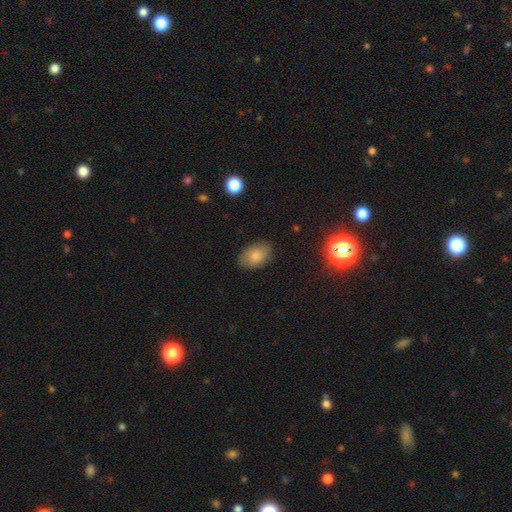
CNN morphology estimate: Smooth or featured? smooth (83%)
How rounded? in between (89%)
Merging? none (83%)